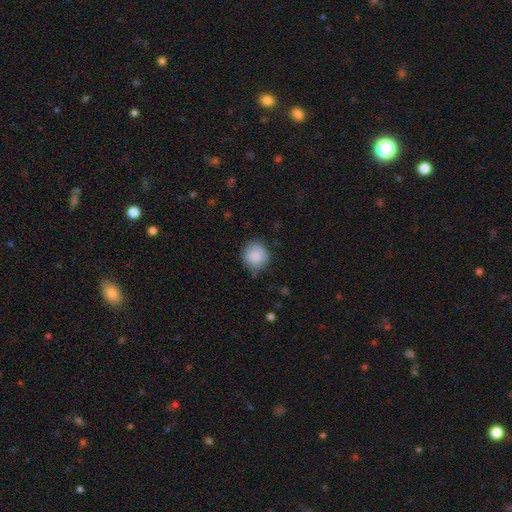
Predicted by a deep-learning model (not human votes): smooth-or-featured: smooth: 86% | star or artifact: 8% | featured or disk: 7%
  how-rounded: round: 89% | in between: 10% | cigar-shaped: 1%
  merging: none: 71% | minor disturbance: 23% | major disturbance: 4% | merger: 2%